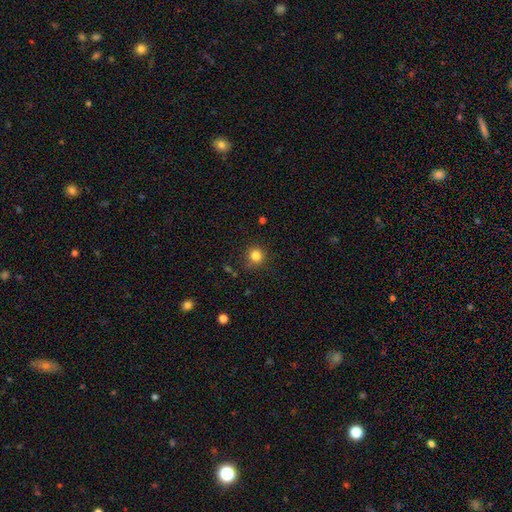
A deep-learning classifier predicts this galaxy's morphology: Q: Smooth or featured?
A: smooth (83%); runner-up: star or artifact (12%)
Q: How rounded?
A: round (91%); runner-up: in between (8%)
Q: Merging?
A: none (82%); runner-up: minor disturbance (13%)